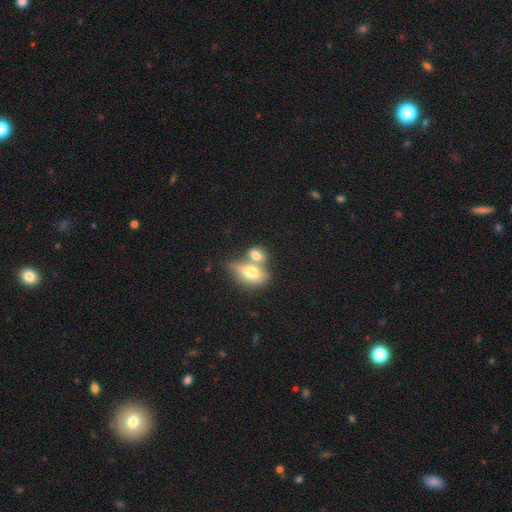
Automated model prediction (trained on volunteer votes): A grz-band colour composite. It shows a smooth galaxy with no disk features (70%) that is in between round and cigar-shaped (68%). Merging: merger (63%).